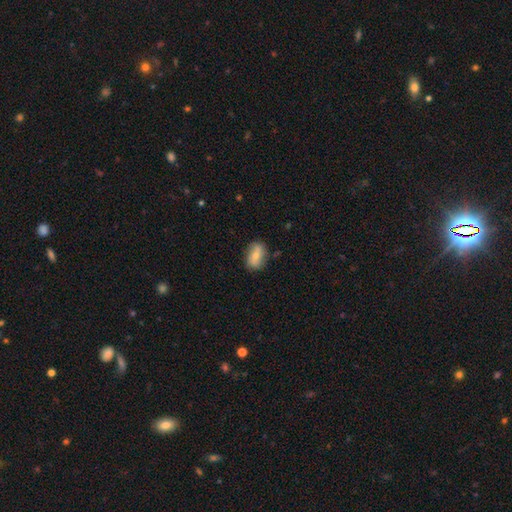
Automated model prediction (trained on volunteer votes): Q: Smooth or featured?
A: smooth (60%); runner-up: featured or disk (33%)
Q: How rounded?
A: in between (84%); runner-up: round (14%)
Q: Merging?
A: none (78%); runner-up: minor disturbance (16%)